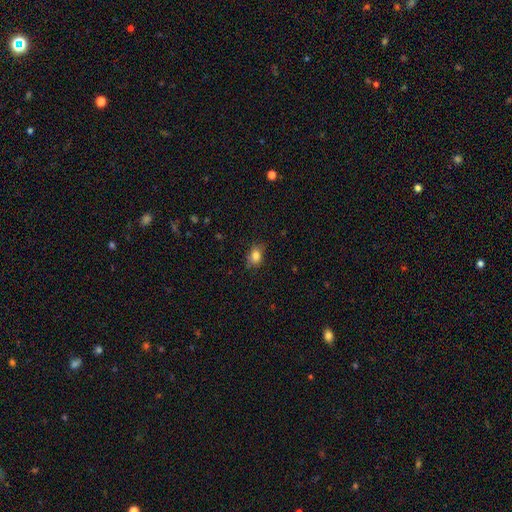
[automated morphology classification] A smooth galaxy with no disk features (82%) that is in between round and cigar-shaped (67%).

Vote fractions:
- Smooth or featured? smooth: 82% / star or artifact: 11% / featured or disk: 7%
- How rounded? in between: 67% / round: 31% / cigar-shaped: 2%
- Merging? none: 74% / minor disturbance: 20% / major disturbance: 4% / merger: 1%